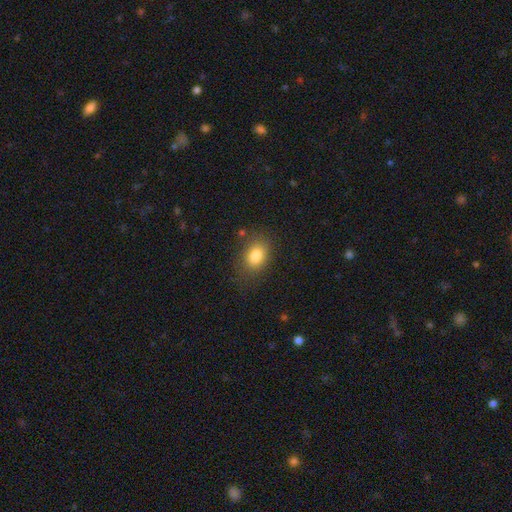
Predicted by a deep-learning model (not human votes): smooth-or-featured: smooth: 82% | star or artifact: 10% | featured or disk: 9%
  how-rounded: in between: 73% | round: 26% | cigar-shaped: 1%
  merging: none: 77% | minor disturbance: 15% | major disturbance: 5% | merger: 2%